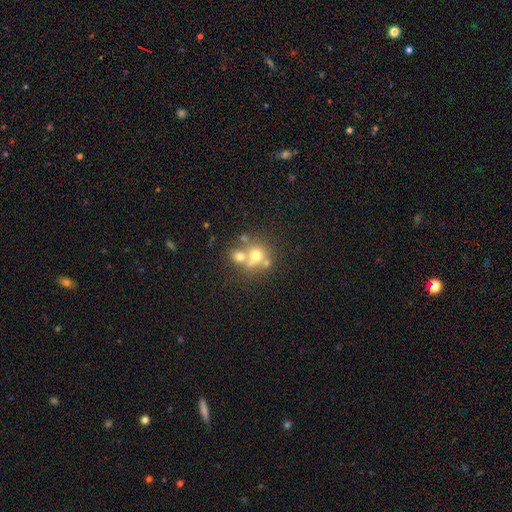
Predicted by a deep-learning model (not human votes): Smooth or featured?
  - smooth: 61% *
  - featured or disk: 23%
  - star or artifact: 15%
How rounded?
  - round: 80% *
  - in between: 19%
  - cigar-shaped: 1%
Merging?
  - merger: 46% *
  - none: 41%
  - minor disturbance: 8%
  - major disturbance: 5%